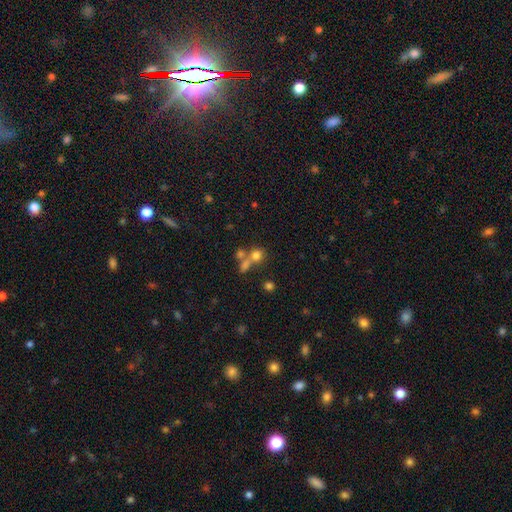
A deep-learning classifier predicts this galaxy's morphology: Smooth or featured? Predicted: smooth (p=0.71). How rounded? Predicted: round (p=0.84). Merging? Predicted: none (p=0.45).